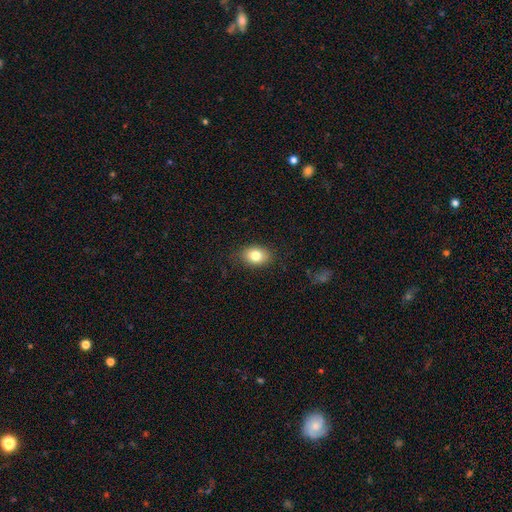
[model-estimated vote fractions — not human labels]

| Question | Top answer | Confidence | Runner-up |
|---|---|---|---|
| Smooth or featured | smooth | 81% | featured or disk (10%) |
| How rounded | in between | 73% | round (26%) |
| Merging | none | 85% | minor disturbance (12%) |